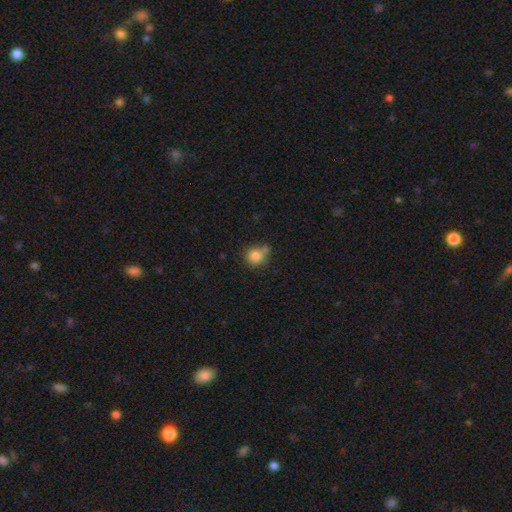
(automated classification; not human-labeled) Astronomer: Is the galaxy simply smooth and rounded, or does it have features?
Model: smooth — 82%.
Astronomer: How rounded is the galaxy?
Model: round — 86%.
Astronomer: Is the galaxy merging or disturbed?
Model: none — 55%.